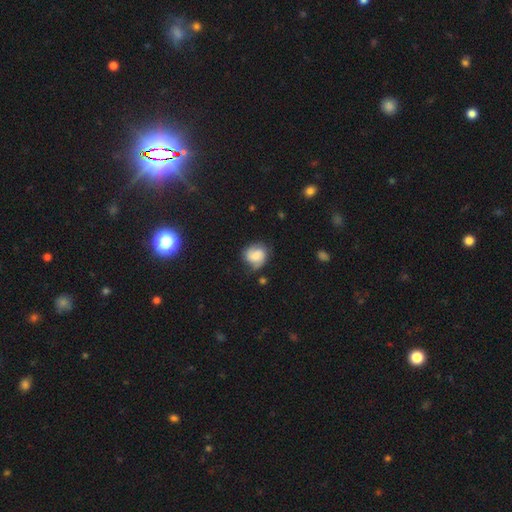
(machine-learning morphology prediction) A smooth galaxy with no disk features (59%) that is round (68%). Merging: none (57%).